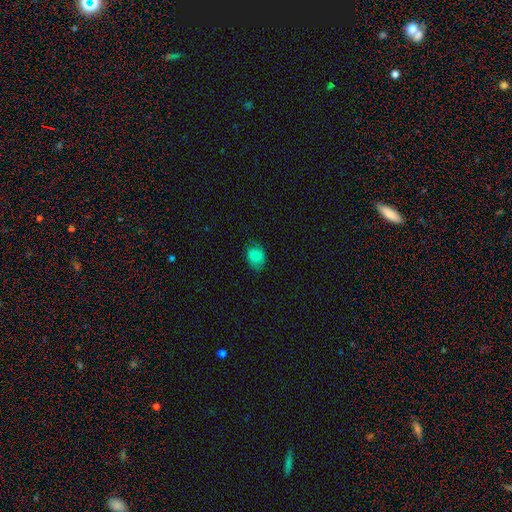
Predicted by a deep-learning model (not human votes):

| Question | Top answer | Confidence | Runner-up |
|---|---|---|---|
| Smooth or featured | smooth | 83% | star or artifact (10%) |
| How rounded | in between | 51% | round (48%) |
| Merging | none | 71% | minor disturbance (23%) |